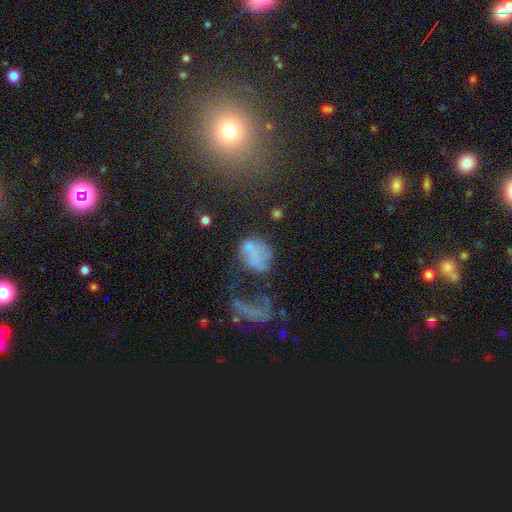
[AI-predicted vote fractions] smooth 56%, featured or disk 29%, star or artifact 16%. Down the decision tree: how rounded — in between (55%); merging — none (32%).